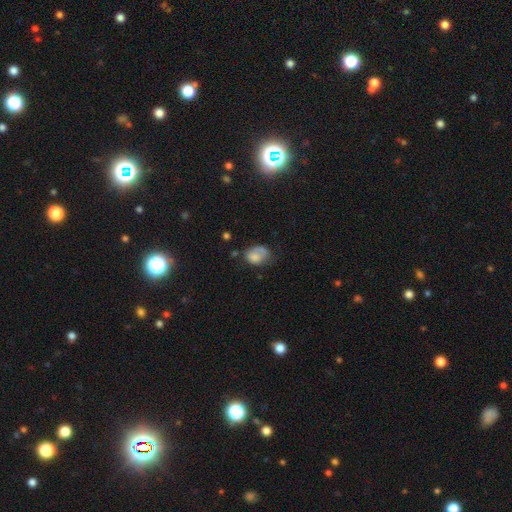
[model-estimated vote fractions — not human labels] smooth 70%, featured or disk 20%, star or artifact 9%. Down the decision tree: how rounded — in between (66%); merging — none (38%).